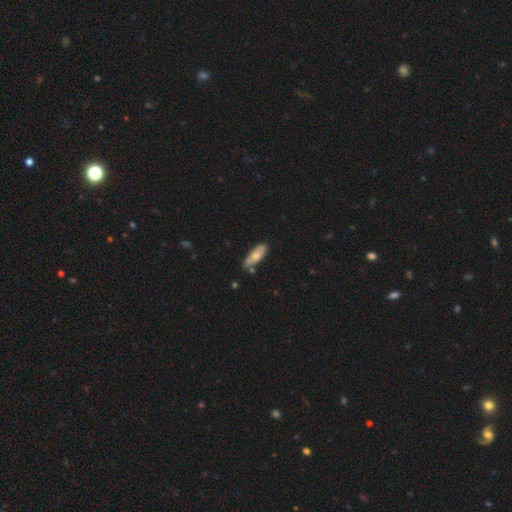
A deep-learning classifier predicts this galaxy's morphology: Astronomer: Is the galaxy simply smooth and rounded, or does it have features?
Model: smooth — 64%.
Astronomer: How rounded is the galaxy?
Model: in between — 62%.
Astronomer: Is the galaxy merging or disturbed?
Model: none — 66%.